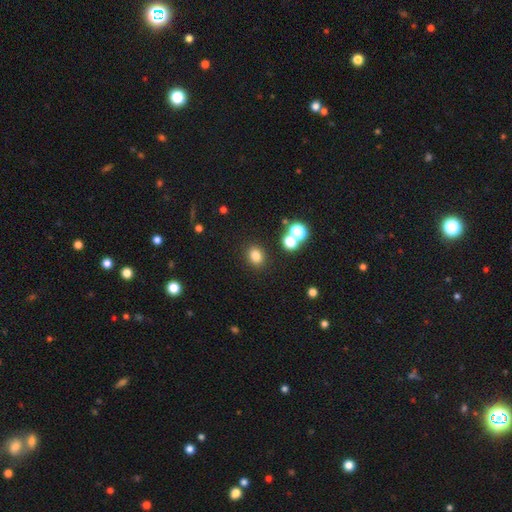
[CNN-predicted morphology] Overall: smooth (78%). How rounded: round (65%; in between 34%). Merging: none (84%).